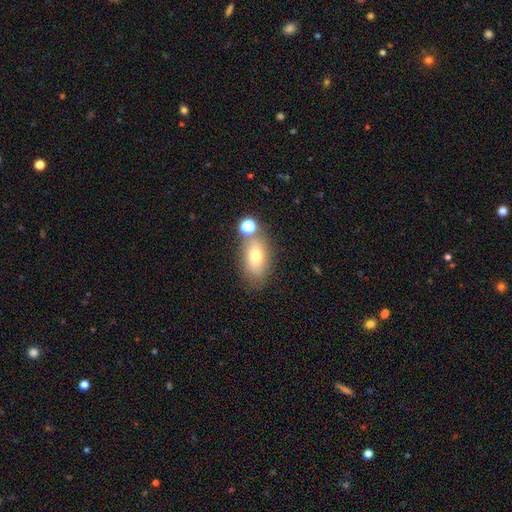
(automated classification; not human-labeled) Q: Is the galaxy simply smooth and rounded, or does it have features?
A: smooth — 67%.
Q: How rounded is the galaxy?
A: in between — 84%.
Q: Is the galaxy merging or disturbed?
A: none — 63%.